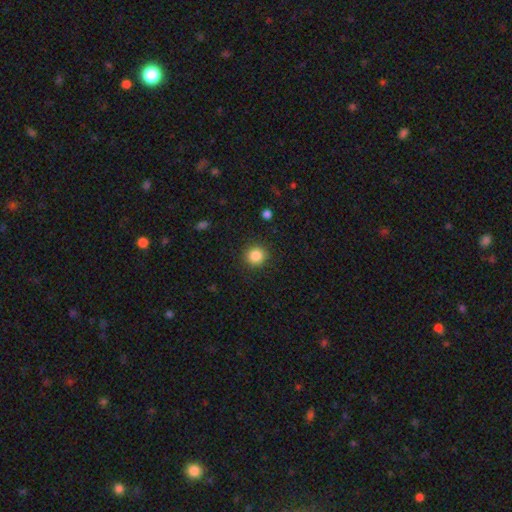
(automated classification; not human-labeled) Smooth or featured? smooth (86%)
How rounded? round (92%)
Merging? none (90%)